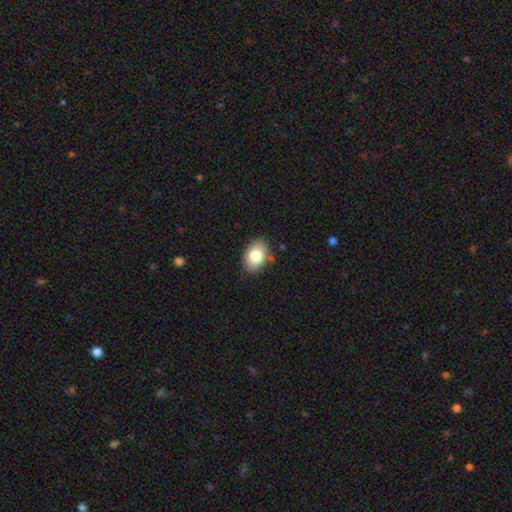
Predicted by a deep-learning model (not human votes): Smooth or featured?
  - smooth: 81% *
  - featured or disk: 11%
  - star or artifact: 8%
How rounded?
  - in between: 83% *
  - round: 16%
  - cigar-shaped: 1%
Merging?
  - none: 82% *
  - minor disturbance: 13%
  - major disturbance: 3%
  - merger: 2%